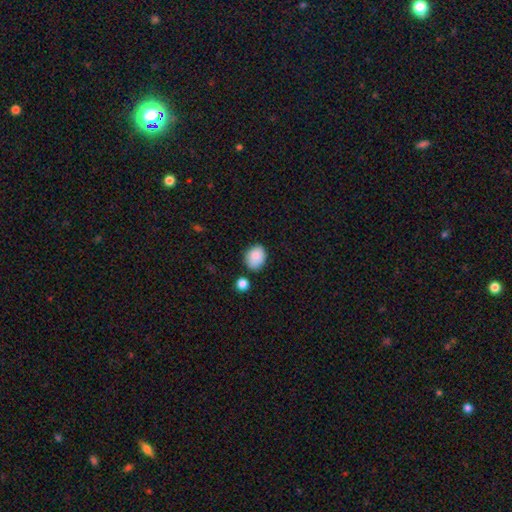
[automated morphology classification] type=smooth (86%); roundness=in between (61%); merging=none (72%).